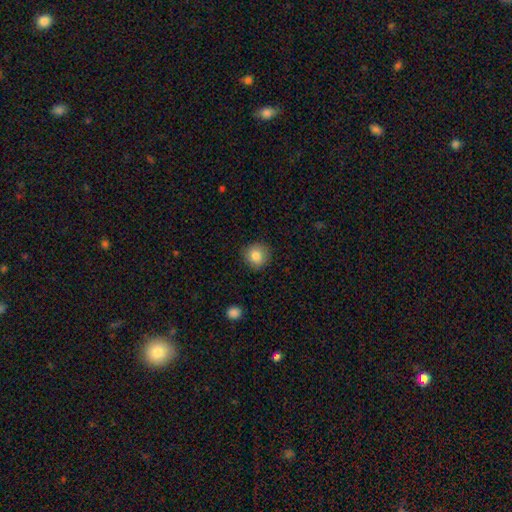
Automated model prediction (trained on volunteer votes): smooth_or_featured: smooth (p=0.85) [alt: star or artifact p=0.09]
how_rounded: round (p=0.90) [alt: in between p=0.09]
merging: none (p=0.87) [alt: minor disturbance p=0.09]